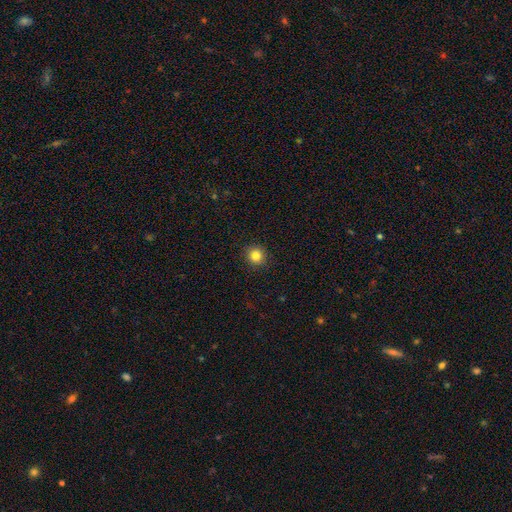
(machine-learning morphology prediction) This is clearly a smooth galaxy (84%). How rounded: clearly round (92%). Merging: clearly none (92%).